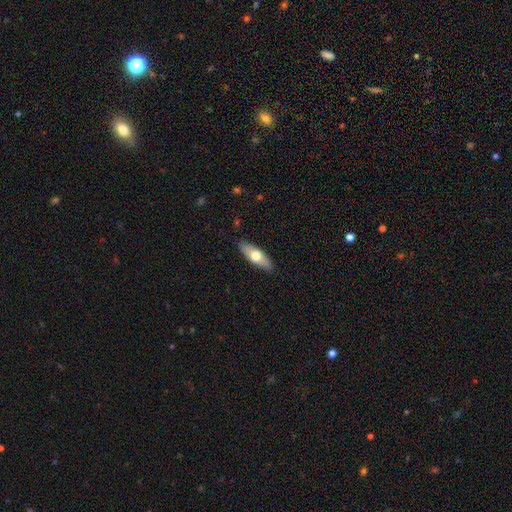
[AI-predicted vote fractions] Smooth or featured?
  - smooth: 61% *
  - featured or disk: 33%
  - star or artifact: 5%
How rounded?
  - in between: 68% *
  - cigar-shaped: 29%
  - round: 3%
Merging?
  - none: 88% *
  - minor disturbance: 9%
  - major disturbance: 2%
  - merger: 1%